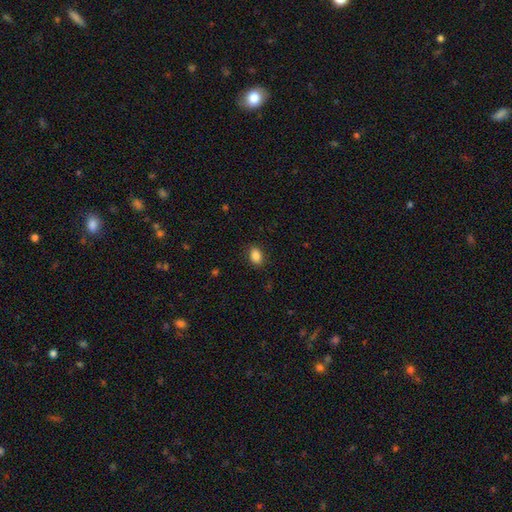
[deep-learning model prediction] Morphology: type=smooth (86%); roundness=in between (81%); merging=none (88%).